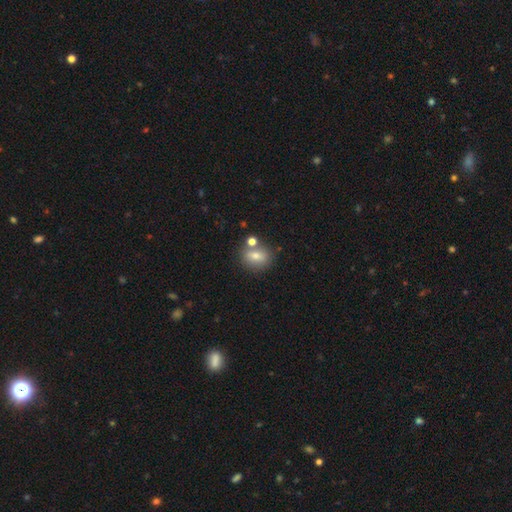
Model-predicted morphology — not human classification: A smooth galaxy with no disk features (74%) that is round (51%). Merging: none (67%).